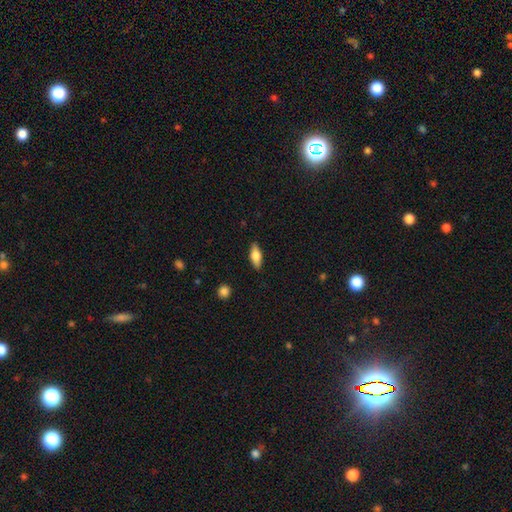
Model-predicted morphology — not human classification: Smooth or featured?
  - smooth: 70% *
  - featured or disk: 23%
  - star or artifact: 7%
How rounded?
  - in between: 76% *
  - cigar-shaped: 21%
  - round: 3%
Merging?
  - none: 86% *
  - minor disturbance: 11%
  - major disturbance: 2%
  - merger: 1%